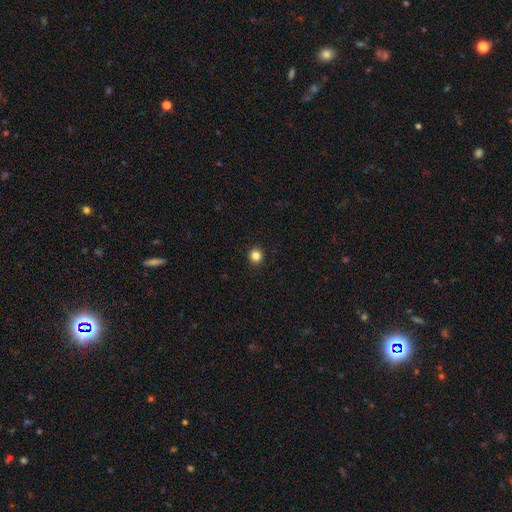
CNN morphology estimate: smooth_or_featured: smooth (p=0.84) [alt: star or artifact p=0.12]
how_rounded: round (p=0.94) [alt: in between p=0.05]
merging: none (p=0.93) [alt: minor disturbance p=0.04]